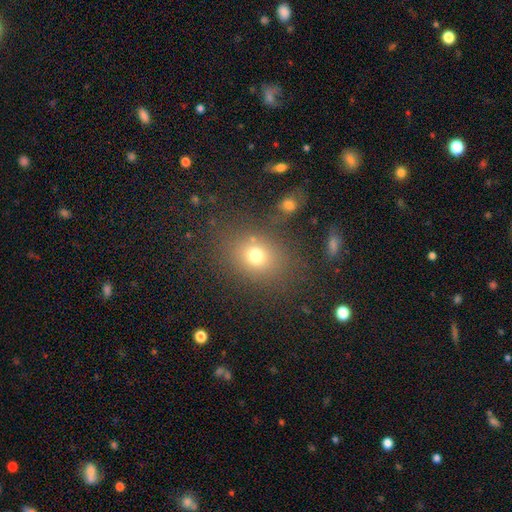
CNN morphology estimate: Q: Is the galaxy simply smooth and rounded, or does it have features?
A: smooth — 73%.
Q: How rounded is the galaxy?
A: round — 52%.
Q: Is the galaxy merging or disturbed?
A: none — 75%.